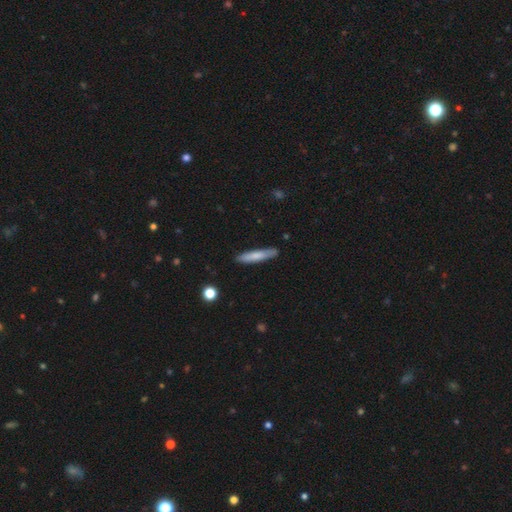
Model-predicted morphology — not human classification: The model was most divided on "smooth or featured": smooth: 72%, featured or disk: 23%, star or artifact: 6%. More confident: how rounded — cigar-shaped (89%); merging — none (86%).